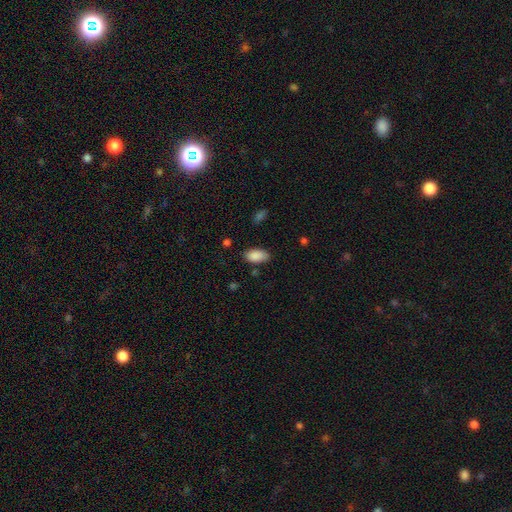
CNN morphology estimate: Smooth or featured? smooth (89%)
How rounded? in between (94%)
Merging? none (78%)